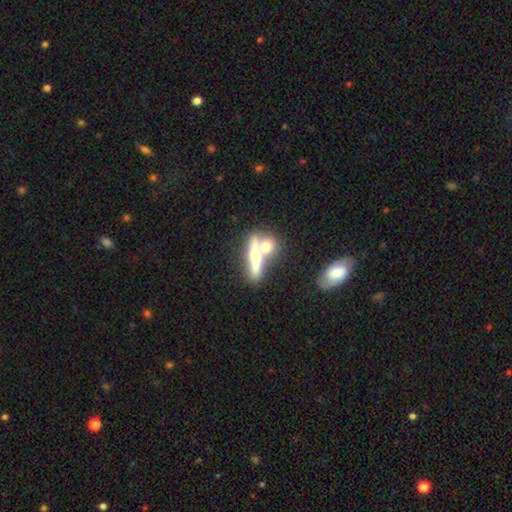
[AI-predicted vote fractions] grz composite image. It shows a featured or disk galaxy (51%) viewed edge-on (86%). Merging: none (50%).